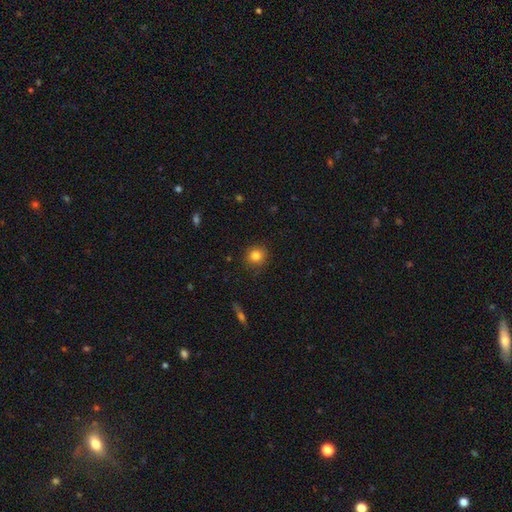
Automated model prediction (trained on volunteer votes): The model was most divided on "smooth or featured": smooth: 83%, star or artifact: 11%, featured or disk: 6%. More confident: how rounded — round (90%); merging — none (88%).